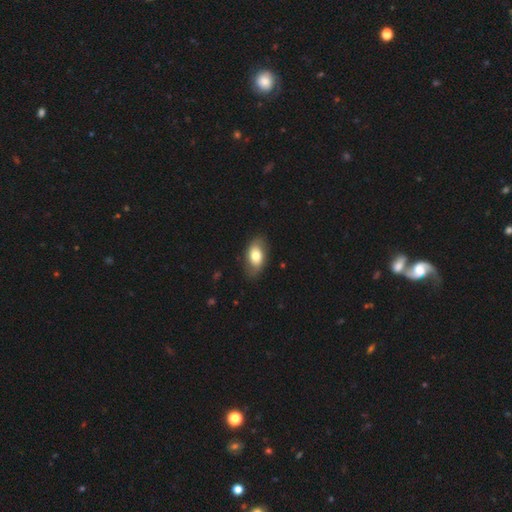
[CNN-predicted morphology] smooth_or_featured: smooth (p=0.71) [alt: featured or disk p=0.23]
how_rounded: in between (p=0.91) [alt: round p=0.07]
merging: none (p=0.78) [alt: minor disturbance p=0.17]